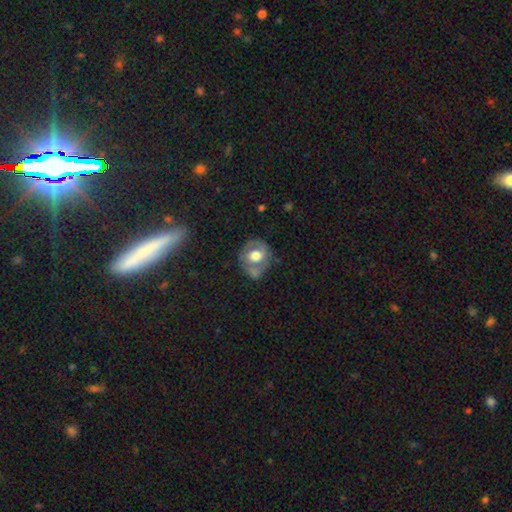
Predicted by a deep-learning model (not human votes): A smooth galaxy with no disk features (49%). Merging: none (58%).